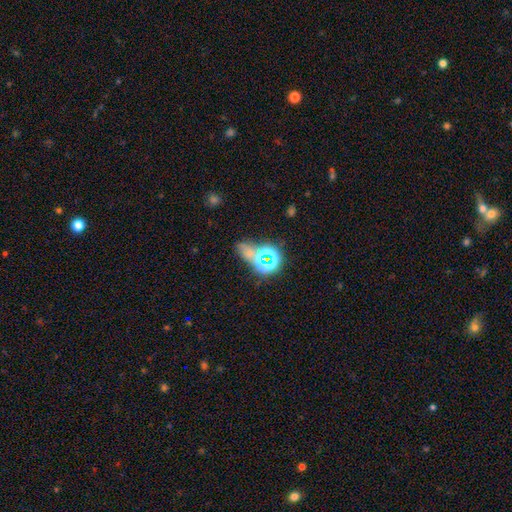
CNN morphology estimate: smooth-or-featured: star or artifact: 63% | smooth: 22% | featured or disk: 15%